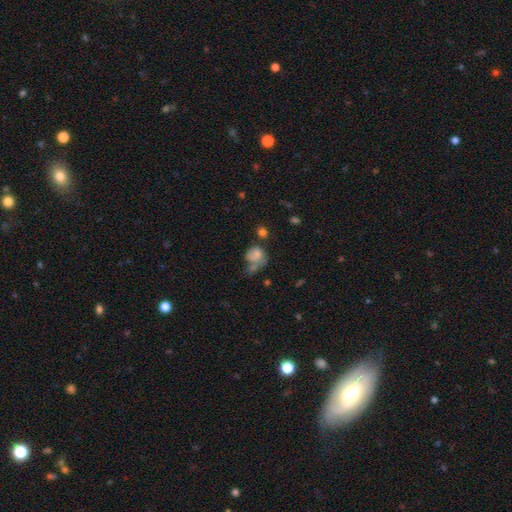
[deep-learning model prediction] A smooth galaxy with no disk features (72%) that is round (63%). Merging: none (31%, tied with merger).